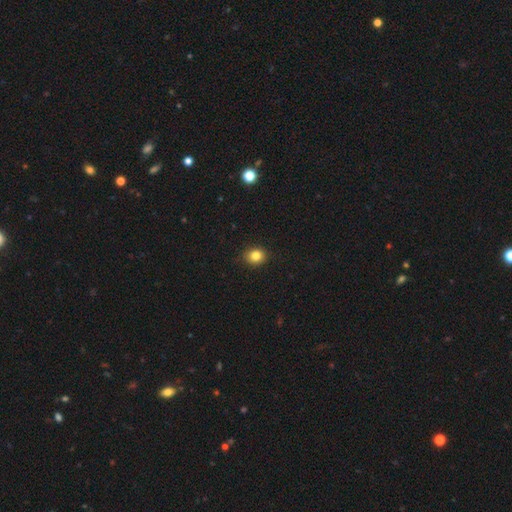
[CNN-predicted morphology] Overall: smooth (82%). How rounded: round (70%). Merging: none (89%).